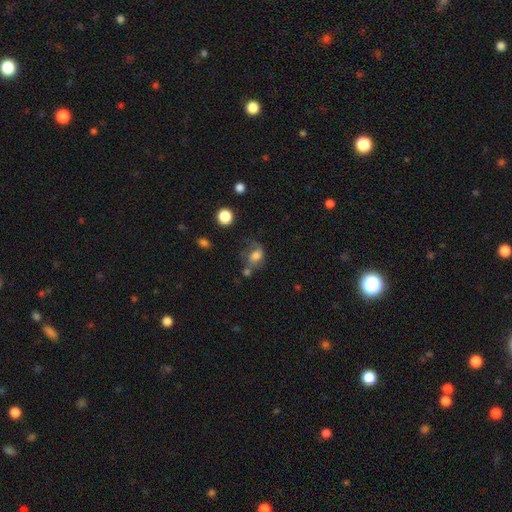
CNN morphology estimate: Overall: smooth (58%; featured or disk 29%). How rounded: in between (65%; round 33%). Merging: none (32%; major disturbance 28%).